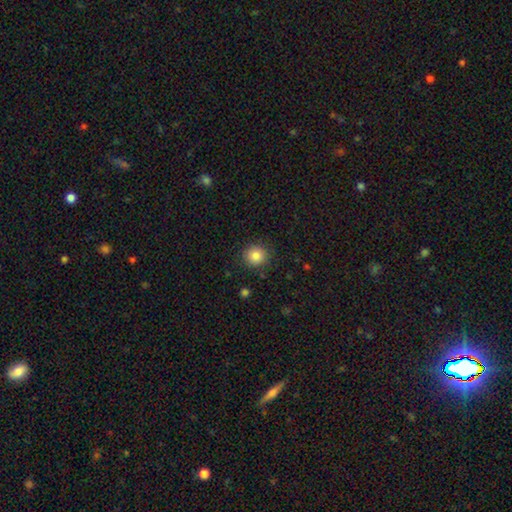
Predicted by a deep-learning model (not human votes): Smooth or featured? smooth (84%)
How rounded? round (91%)
Merging? none (88%)